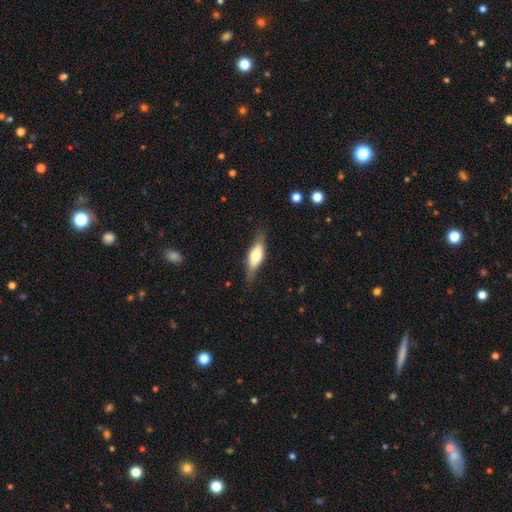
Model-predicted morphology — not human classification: Overall: smooth (56%; featured or disk 38%). How rounded: in between (57%; cigar-shaped 41%). Merging: none (77%).